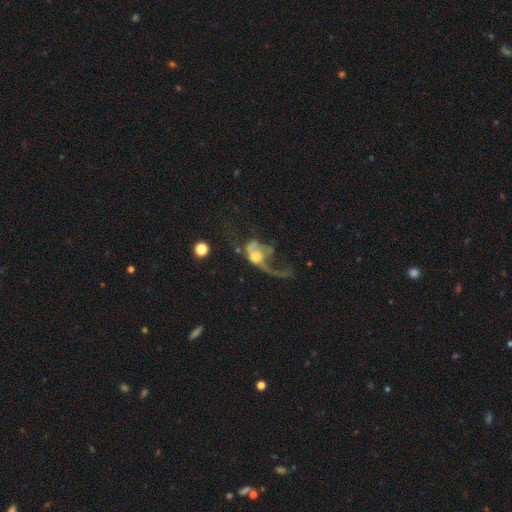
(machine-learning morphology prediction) Smooth or featured? featured or disk (54%)
Edge-on disk? no (93%)
Merging? major disturbance (68%)